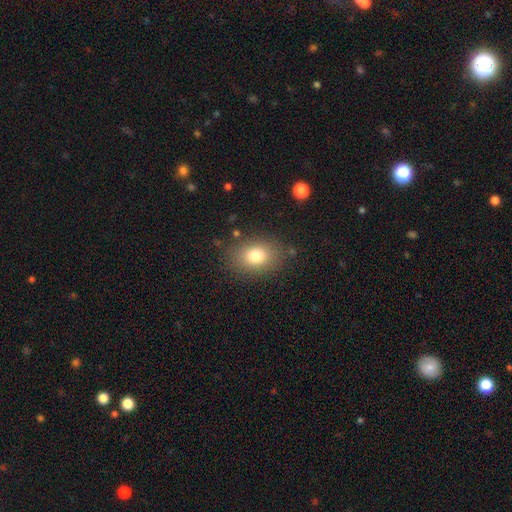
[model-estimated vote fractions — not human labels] This appears to be a smooth galaxy with no disk features (79%) that is in between round and cigar-shaped (71%). Merging: none (82%).